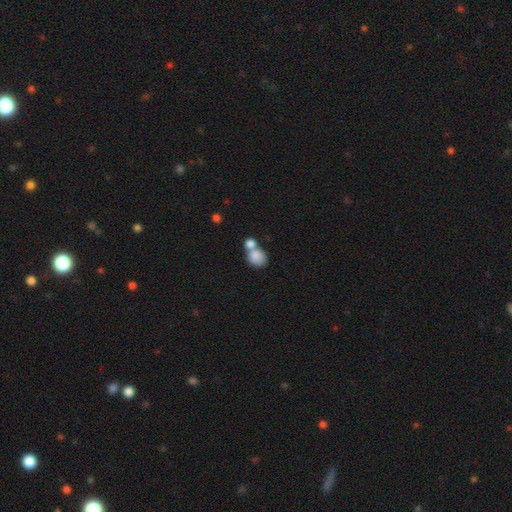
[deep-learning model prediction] A smooth galaxy with no disk features (83%) that is round (60%). Merging: merger (55%).